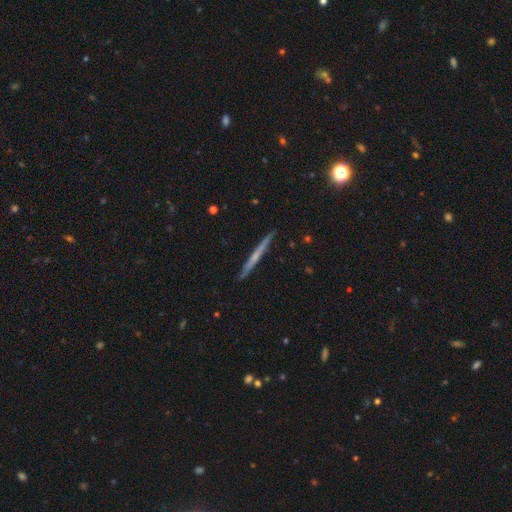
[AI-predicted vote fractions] Smooth or featured: featured or disk — 56% (smooth — 38%)
Edge-on disk: yes — 97% (no — 3%)
Edge-on bulge: none — 76% (rounded — 19%)
Merging: none — 91% (minor disturbance — 7%)